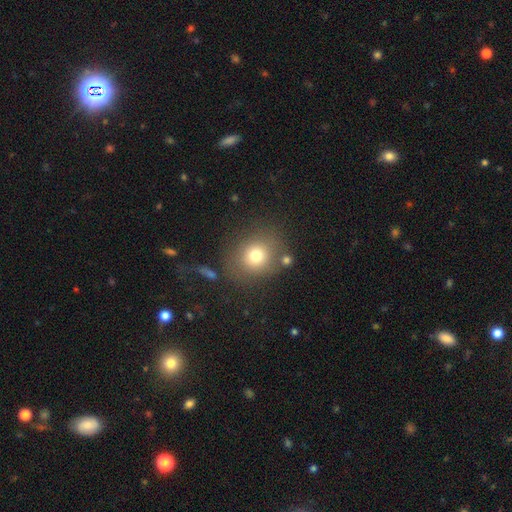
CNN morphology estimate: Smooth or featured? smooth (76%)
How rounded? round (76%)
Merging? none (73%)